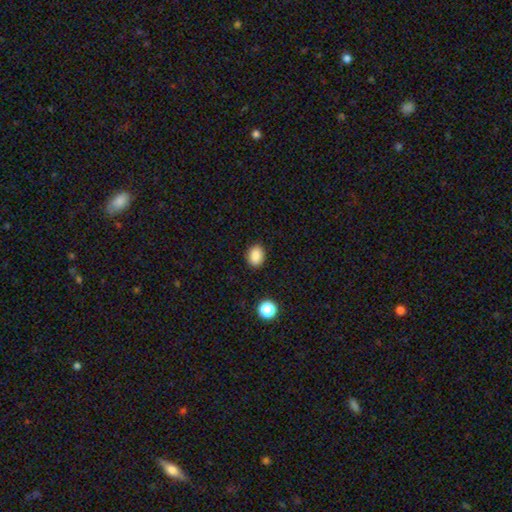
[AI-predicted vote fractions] Morphology: type=smooth (87%); roundness=in between (63%); merging=none (88%).